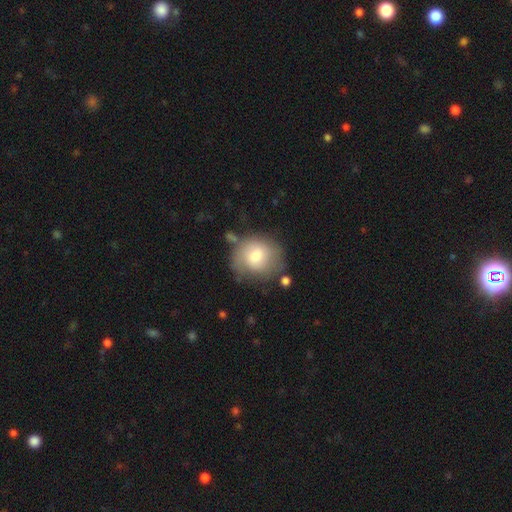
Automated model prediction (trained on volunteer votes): smooth 70%, featured or disk 21%, star or artifact 9%. Down the decision tree: how rounded — round (79%); merging — none (60%).